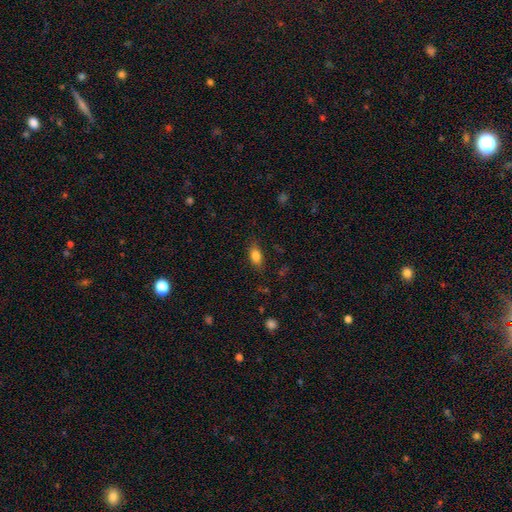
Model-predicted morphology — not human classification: A smooth galaxy with no disk features (83%) that is in between round and cigar-shaped (85%). Merging: none (80%).